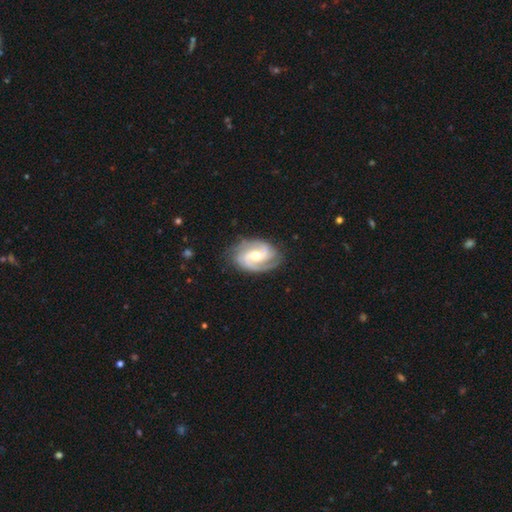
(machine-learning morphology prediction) This is clearly a featured or disk galaxy (89%). It is clearly not viewed edge-on (97%). Bar: marginally weak (42%, tied with no). Spiral arm pattern: clearly yes (98%). Spiral arm count: possibly 2 (57%). Spiral winding: possibly medium (45%). Central bulge: likely moderate (69%). Merging: likely none (79%).